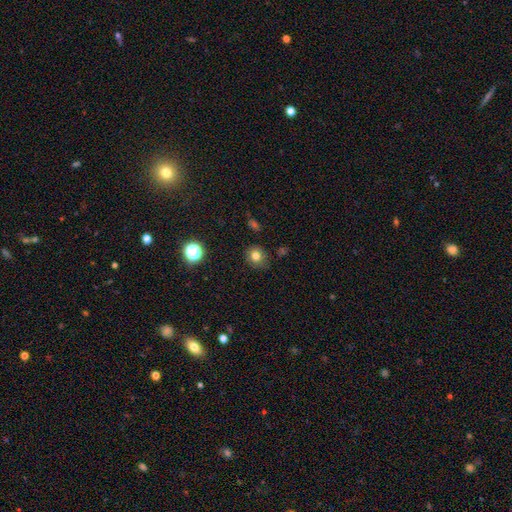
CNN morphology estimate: smooth_or_featured: smooth (p=0.77) [alt: star or artifact p=0.14]
how_rounded: round (p=0.81) [alt: in between p=0.18]
merging: none (p=0.84) [alt: minor disturbance p=0.11]